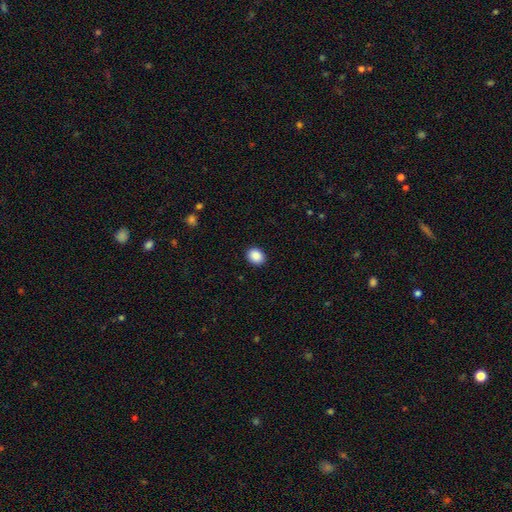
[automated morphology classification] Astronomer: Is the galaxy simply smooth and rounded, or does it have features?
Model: smooth — 89%.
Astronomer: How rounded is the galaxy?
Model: in between — 54% (runner-up: round, 46%).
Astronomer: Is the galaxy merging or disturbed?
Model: none — 91%.